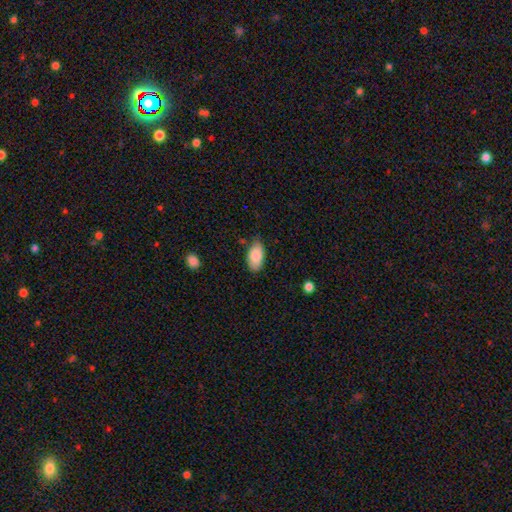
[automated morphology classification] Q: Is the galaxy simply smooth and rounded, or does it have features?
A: smooth — 86%.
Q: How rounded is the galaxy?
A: in between — 94%.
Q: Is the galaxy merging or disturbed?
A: none — 75%.